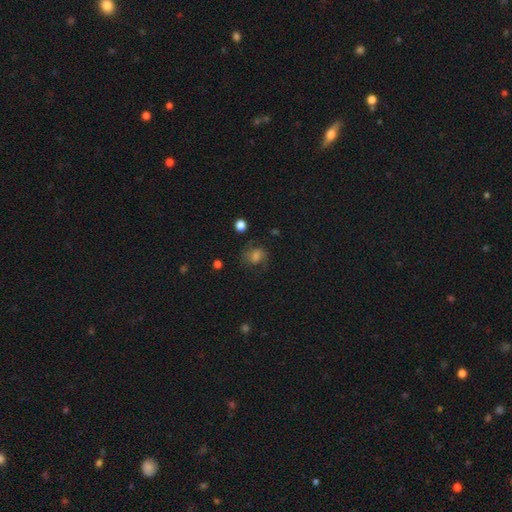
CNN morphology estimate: A featured or disk galaxy (44%). Merging: none (66%).